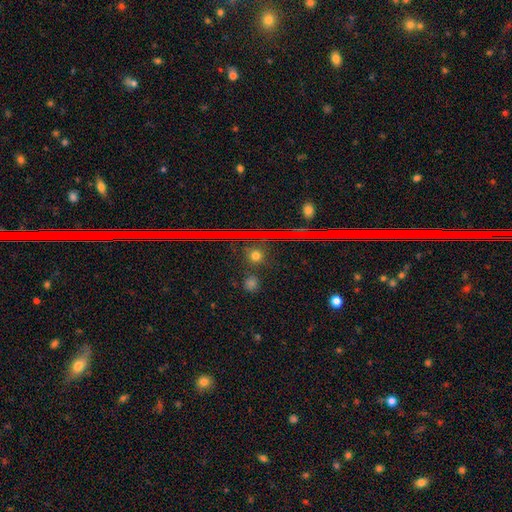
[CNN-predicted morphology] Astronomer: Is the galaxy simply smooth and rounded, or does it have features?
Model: smooth — 61%.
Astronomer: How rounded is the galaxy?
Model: round — 85%.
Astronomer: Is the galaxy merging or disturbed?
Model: none — 86%.